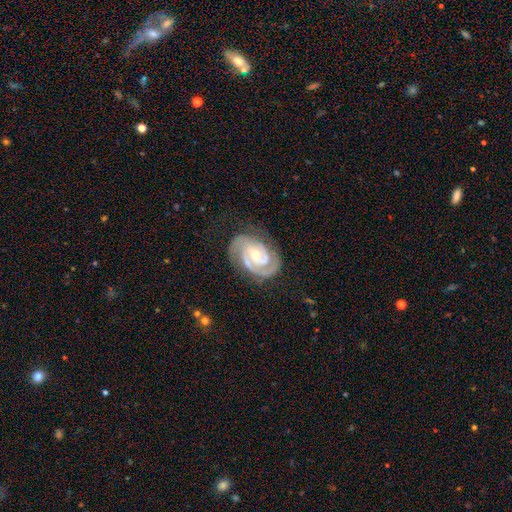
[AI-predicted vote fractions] Smooth or featured? Predicted: featured or disk (p=0.92). Edge-on disk? Predicted: no (p=0.98). Bar? Predicted: no (p=0.54). Spiral arms? Predicted: yes (p=0.98). Spiral winding? Predicted: tight (p=0.66). Spiral arm count? Predicted: 2 (p=0.69). Bulge size? Predicted: moderate (p=0.55). Merging? Predicted: none (p=0.74).